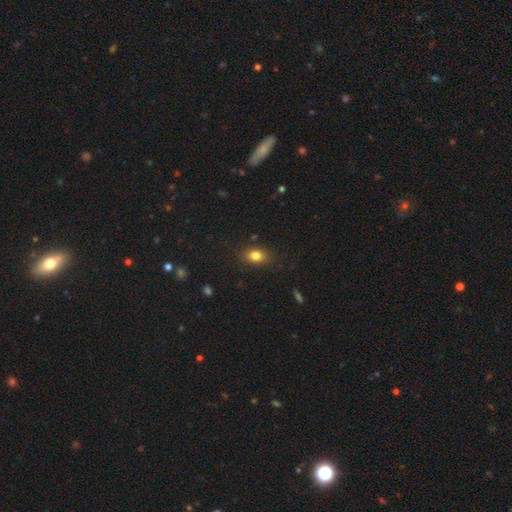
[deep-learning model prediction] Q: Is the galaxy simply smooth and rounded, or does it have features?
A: smooth — 82%.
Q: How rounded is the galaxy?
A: in between — 69%.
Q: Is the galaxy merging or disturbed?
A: none — 83%.